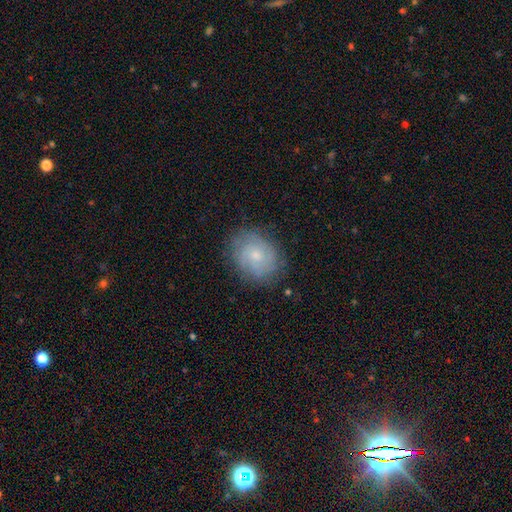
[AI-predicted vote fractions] Smooth or featured: featured or disk — 55% (smooth — 37%)
Edge-on disk: no — 97% (yes — 3%)
Bar: no — 76% (weak — 22%)
Spiral arms: yes — 84% (no — 16%)
Bulge size: small — 62% (moderate — 32%)
Merging: none — 79% (minor disturbance — 15%)